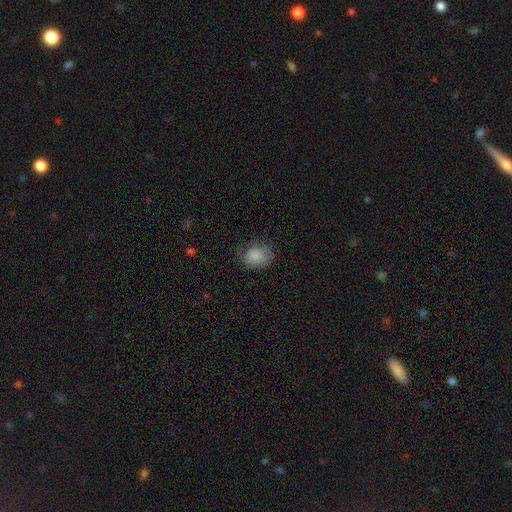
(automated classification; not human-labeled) smooth-or-featured: smooth: 84% | star or artifact: 8% | featured or disk: 8%
  how-rounded: round: 52% | in between: 48% | cigar-shaped: 1%
  merging: none: 67% | minor disturbance: 24% | major disturbance: 8% | merger: 1%